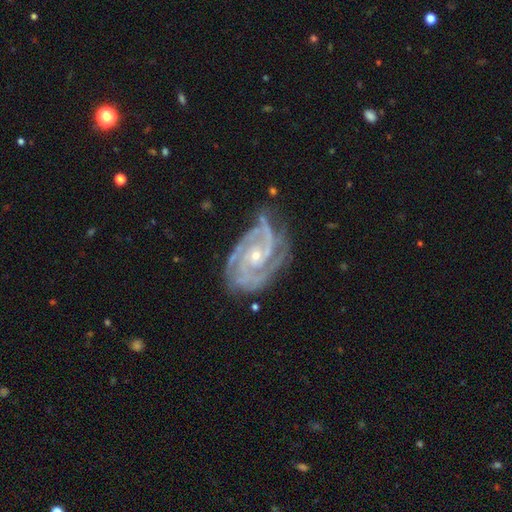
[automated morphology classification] type=featured or disk (92%); edge-on=no (98%); bar=no (65%); spiral arms=yes (99%); winding=tight (66%); arm count=3 (36%); bulge=small (69%); merging=none (66%).